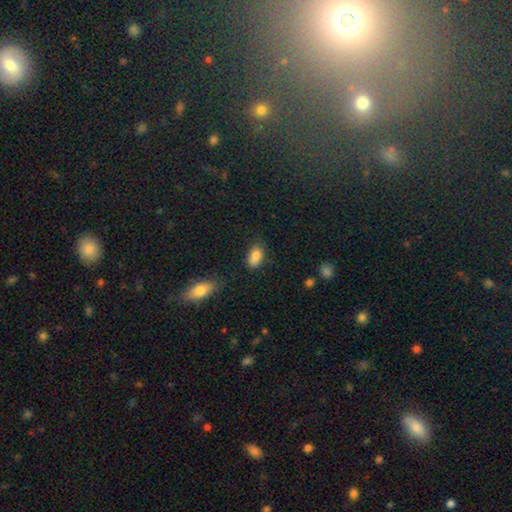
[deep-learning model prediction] This appears to be a smooth galaxy with no disk features (84%) that is in between round and cigar-shaped (89%). Merging: none (66%).